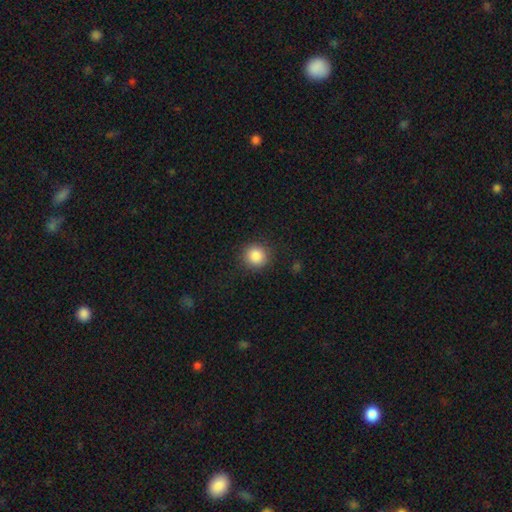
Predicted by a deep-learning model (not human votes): Q: Smooth or featured?
A: smooth (87%); runner-up: star or artifact (9%)
Q: How rounded?
A: round (93%); runner-up: in between (6%)
Q: Merging?
A: none (90%); runner-up: minor disturbance (7%)